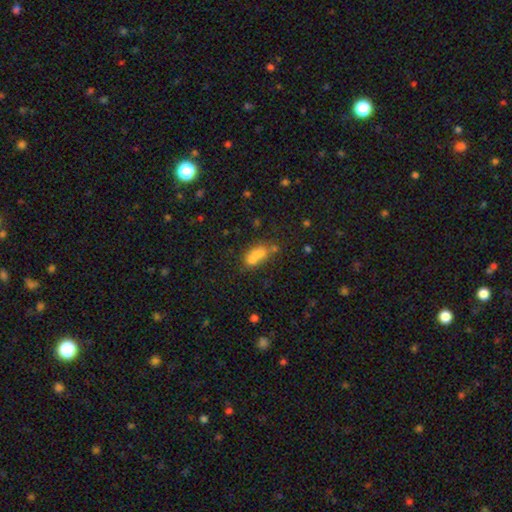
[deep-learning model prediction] A smooth galaxy with no disk features (62%) that is in between round and cigar-shaped (78%). Merging: merger (36%).